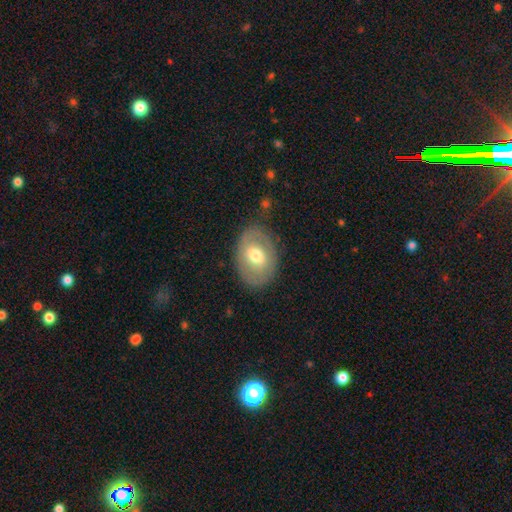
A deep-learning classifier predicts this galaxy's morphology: Overall: smooth (51%; featured or disk 42%). How rounded: in between (74%). Merging: none (79%).